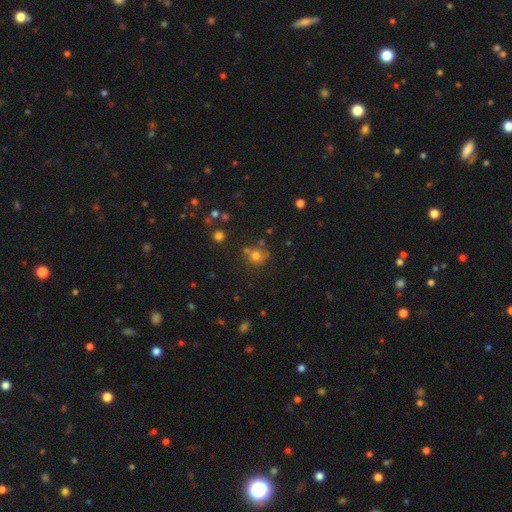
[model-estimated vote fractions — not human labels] Q: Smooth or featured?
A: smooth (70%); runner-up: star or artifact (19%)
Q: How rounded?
A: round (82%); runner-up: in between (17%)
Q: Merging?
A: none (62%); runner-up: merger (17%)